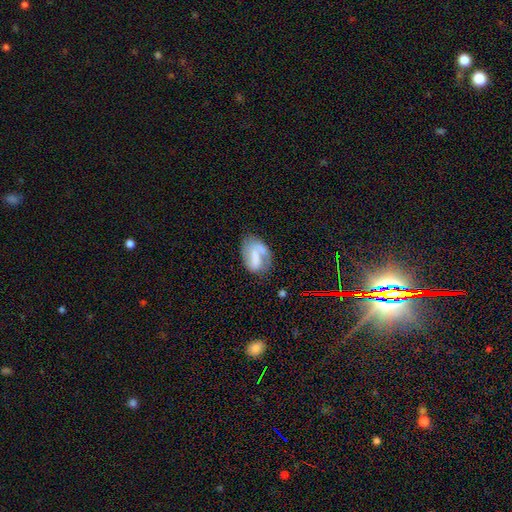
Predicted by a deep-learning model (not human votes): Smooth or featured?
  - featured or disk: 50% *
  - smooth: 42%
  - star or artifact: 8%
Merging?
  - none: 48% *
  - minor disturbance: 27%
  - major disturbance: 17%
  - merger: 7%